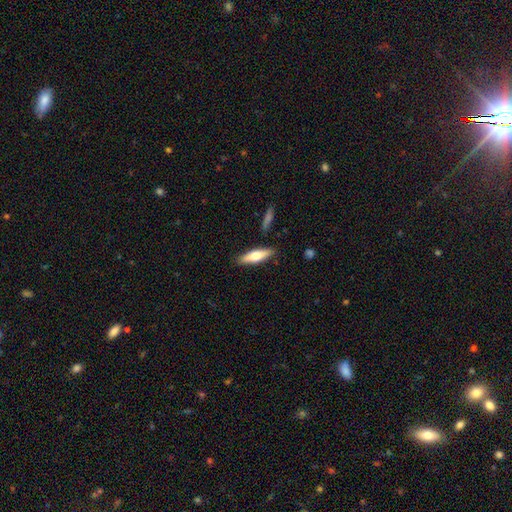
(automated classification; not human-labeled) smooth-or-featured: smooth: 59% | featured or disk: 36% | star or artifact: 6%
  how-rounded: cigar-shaped: 56% | in between: 41% | round: 2%
  merging: none: 86% | minor disturbance: 10% | merger: 3% | major disturbance: 2%